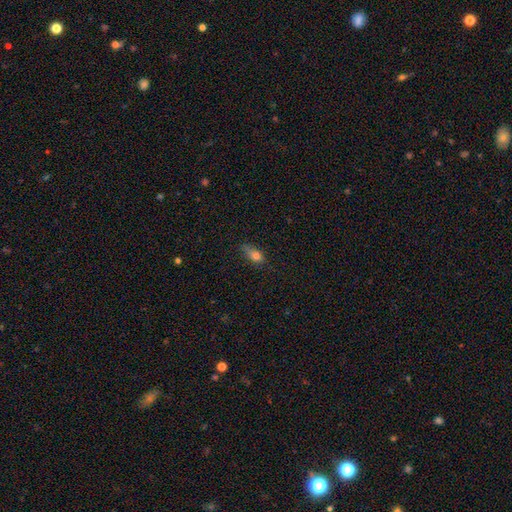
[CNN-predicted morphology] This appears to be a smooth galaxy with no disk features (77%) that is in between round and cigar-shaped (76%). Merging: none (52%).